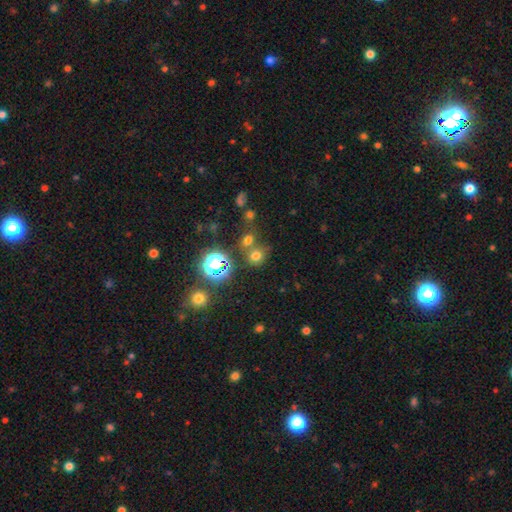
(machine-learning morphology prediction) The model was most divided on "smooth or featured": smooth: 64%, star or artifact: 29%, featured or disk: 7%. More confident: how rounded — round (86%); merging — none (67%).